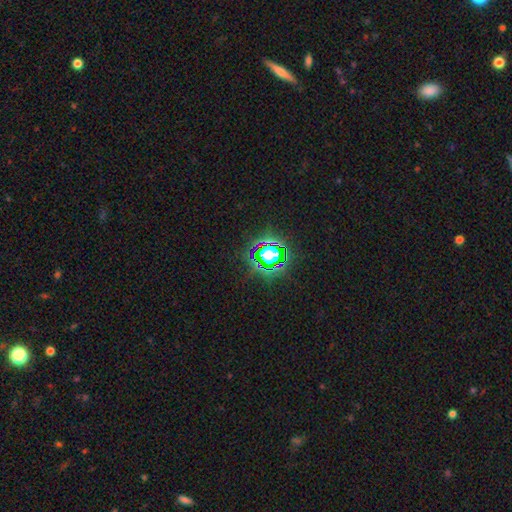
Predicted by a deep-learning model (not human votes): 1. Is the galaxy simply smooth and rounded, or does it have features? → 77% star or artifact, 14% smooth, 9% featured or disk.